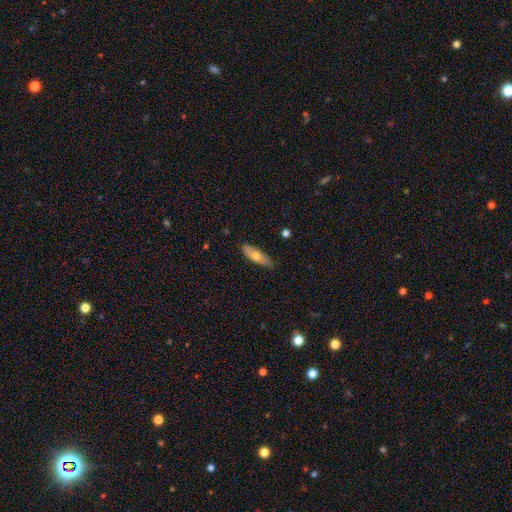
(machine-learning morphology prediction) Smooth or featured? Predicted: smooth (p=0.67). How rounded? Predicted: cigar-shaped (p=0.51). Merging? Predicted: none (p=0.81).